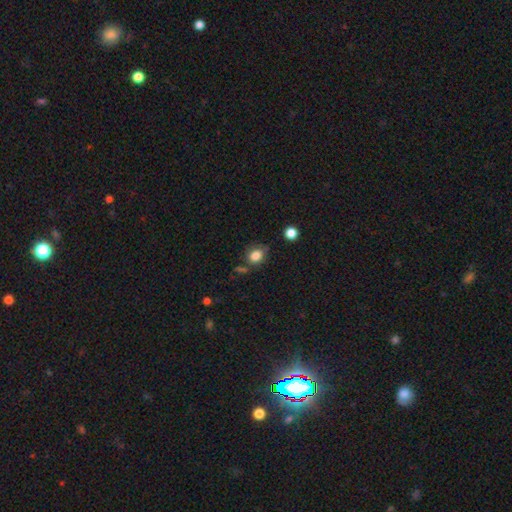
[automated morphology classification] Q: Smooth or featured?
A: smooth (82%); runner-up: star or artifact (10%)
Q: How rounded?
A: round (55%); runner-up: in between (44%)
Q: Merging?
A: none (66%); runner-up: minor disturbance (21%)